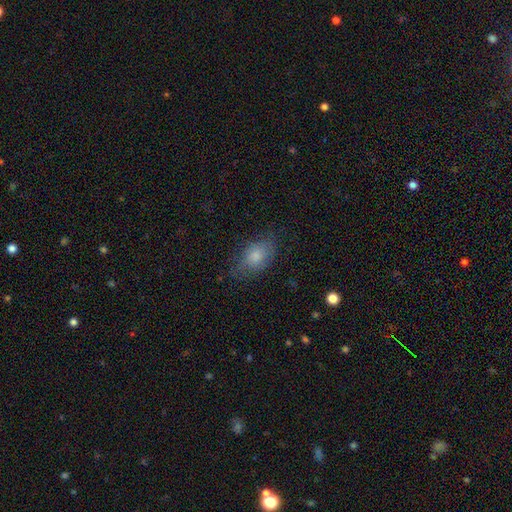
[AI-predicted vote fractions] Smooth or featured?
  - smooth: 75% *
  - featured or disk: 16%
  - star or artifact: 9%
How rounded?
  - in between: 86% *
  - round: 11%
  - cigar-shaped: 2%
Merging?
  - none: 66% *
  - minor disturbance: 24%
  - major disturbance: 9%
  - merger: 1%